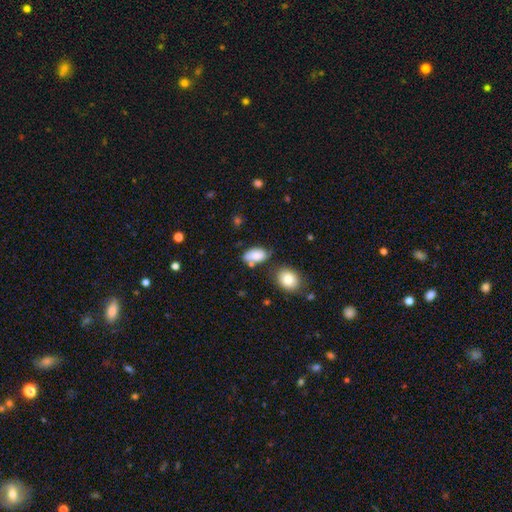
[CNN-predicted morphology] A smooth galaxy with no disk features (81%) that is in between round and cigar-shaped (92%). Merging: none (54%).